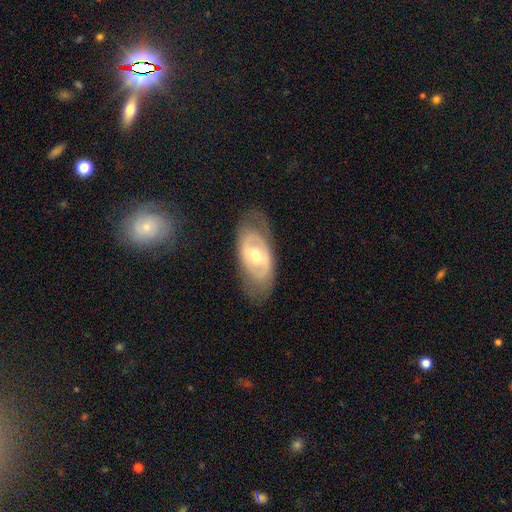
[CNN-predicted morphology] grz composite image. It shows a featured or disk galaxy (70%) with no bar (45%), no spiral arms (54%) and a moderate central bulge (68%). Merging: none (76%).